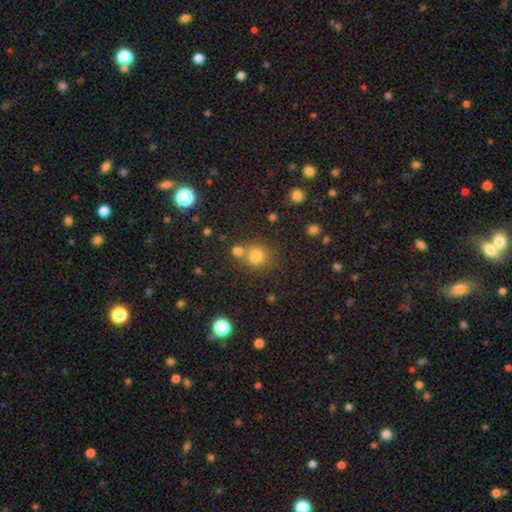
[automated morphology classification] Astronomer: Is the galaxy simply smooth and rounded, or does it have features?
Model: smooth — 77%.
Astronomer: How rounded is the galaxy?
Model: round — 84%.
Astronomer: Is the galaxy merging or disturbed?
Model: none — 59%.